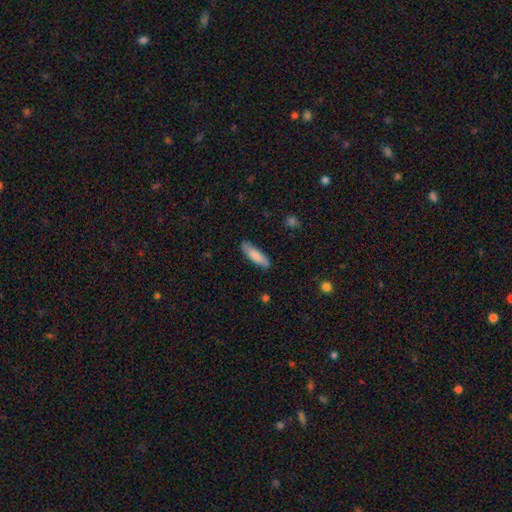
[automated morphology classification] smooth 81%, featured or disk 14%, star or artifact 5%. Down the decision tree: how rounded — cigar-shaped (60%); merging — none (82%).